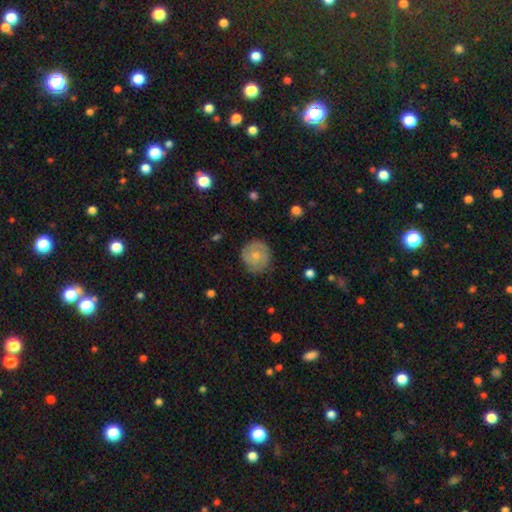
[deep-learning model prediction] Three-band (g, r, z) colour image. It shows a smooth galaxy with no disk features (54%) that is round (89%). Merging: none (75%).